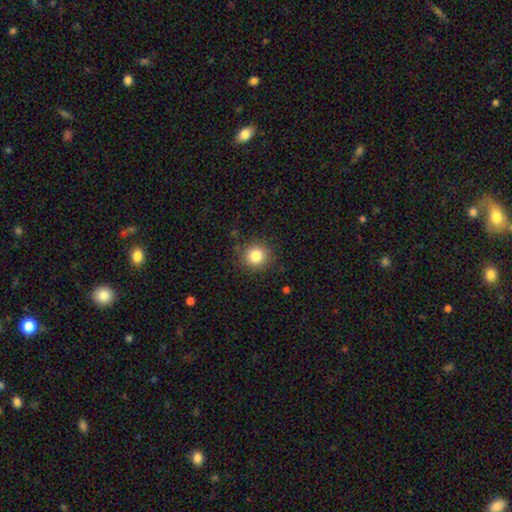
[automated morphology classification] Smooth or featured?
  - smooth: 83% *
  - star or artifact: 11%
  - featured or disk: 6%
How rounded?
  - round: 92% *
  - in between: 7%
  - cigar-shaped: 1%
Merging?
  - none: 89% *
  - minor disturbance: 8%
  - major disturbance: 2%
  - merger: 1%